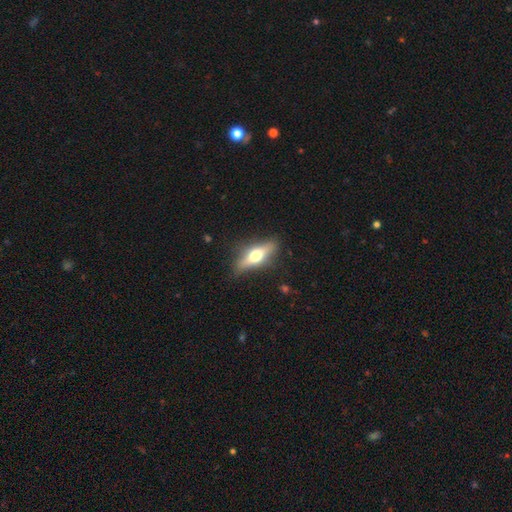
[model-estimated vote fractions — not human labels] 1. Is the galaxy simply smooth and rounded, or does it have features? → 54% featured or disk, 39% smooth, 7% star or artifact.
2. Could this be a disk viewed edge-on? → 89% yes, 11% no.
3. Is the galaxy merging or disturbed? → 84% none, 12% minor disturbance, 3% major disturbance, 1% merger.